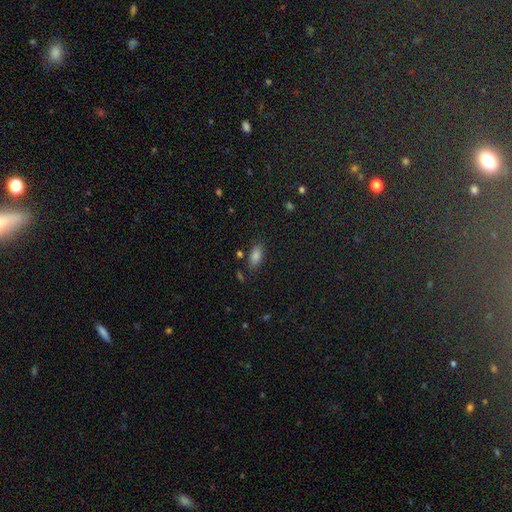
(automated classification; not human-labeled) This appears to be a smooth galaxy with no disk features (80%) that is in between round and cigar-shaped (86%). Merging: none (80%).